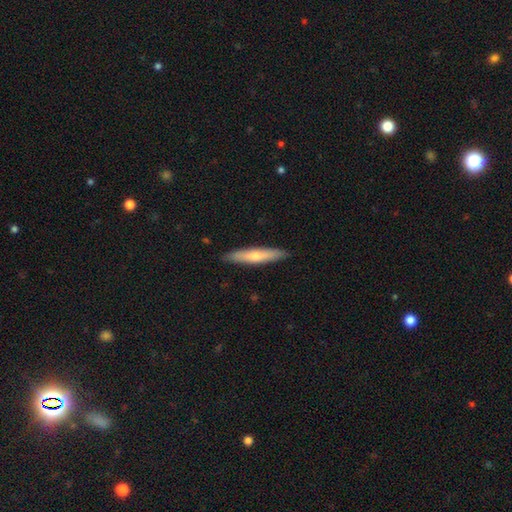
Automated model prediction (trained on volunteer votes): This is possibly a smooth galaxy (58%). How rounded: clearly cigar-shaped (89%). Merging: clearly none (89%).